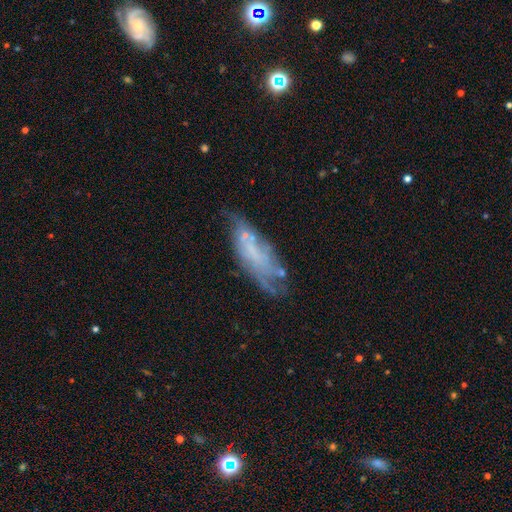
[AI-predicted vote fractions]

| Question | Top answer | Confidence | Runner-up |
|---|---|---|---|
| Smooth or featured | featured or disk | 54% | smooth (34%) |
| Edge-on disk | no | 80% | yes (20%) |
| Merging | none | 49% | minor disturbance (28%) |